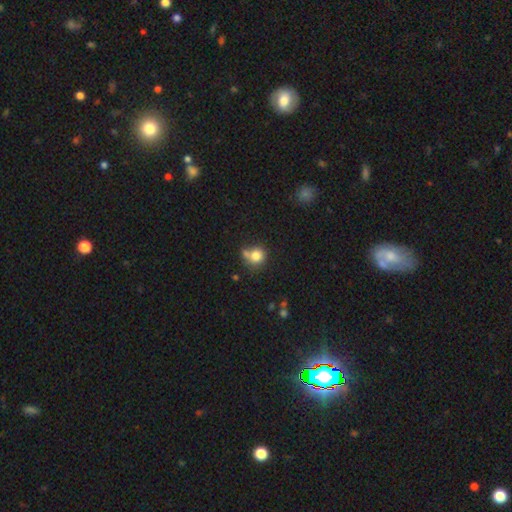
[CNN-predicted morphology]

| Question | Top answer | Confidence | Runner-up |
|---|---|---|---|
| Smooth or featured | smooth | 80% | star or artifact (11%) |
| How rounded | round | 85% | in between (14%) |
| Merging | none | 54% | merger (26%) |